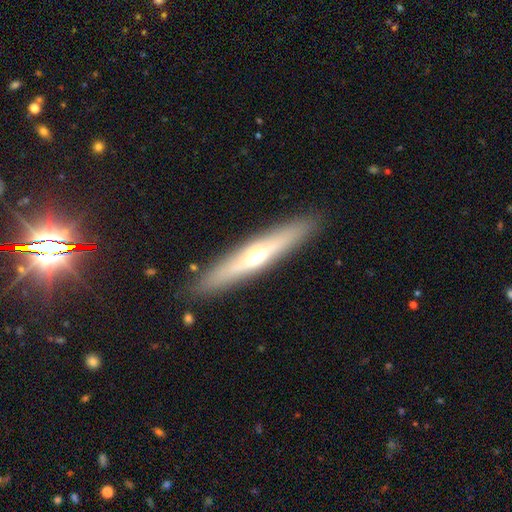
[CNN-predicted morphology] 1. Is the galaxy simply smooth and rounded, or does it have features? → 56% featured or disk, 38% smooth, 7% star or artifact.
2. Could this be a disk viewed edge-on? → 89% yes, 11% no.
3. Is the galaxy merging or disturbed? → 89% none, 8% minor disturbance, 2% major disturbance, 1% merger.